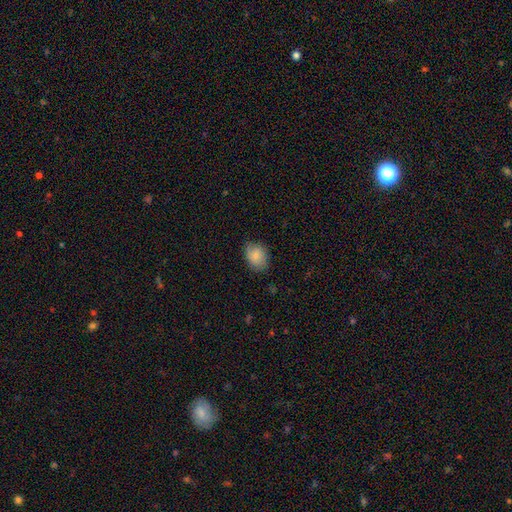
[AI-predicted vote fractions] A smooth galaxy with no disk features (85%) that is in between round and cigar-shaped (66%).

Vote fractions:
- Smooth or featured? smooth: 85% / featured or disk: 8% / star or artifact: 7%
- How rounded? in between: 66% / round: 33% / cigar-shaped: 1%
- Merging? none: 77% / minor disturbance: 19% / major disturbance: 4% / merger: 1%